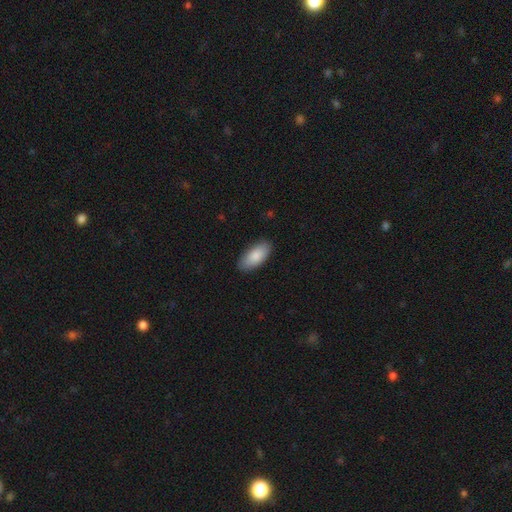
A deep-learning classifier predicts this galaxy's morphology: Q: Smooth or featured?
A: smooth (88%); runner-up: featured or disk (7%)
Q: How rounded?
A: in between (91%); runner-up: cigar-shaped (8%)
Q: Merging?
A: none (88%); runner-up: minor disturbance (9%)